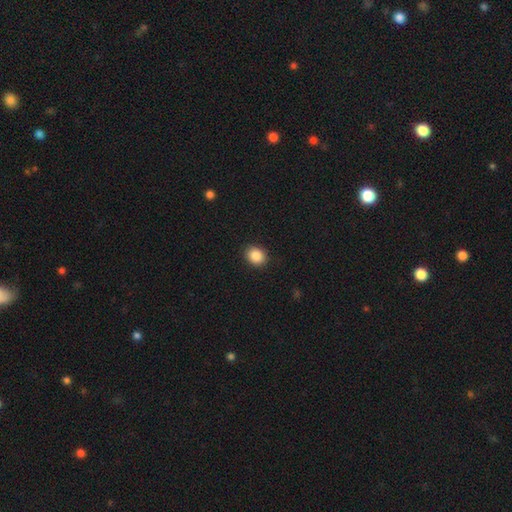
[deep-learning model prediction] Smooth or featured? smooth (88%)
How rounded? round (56%)
Merging? none (90%)